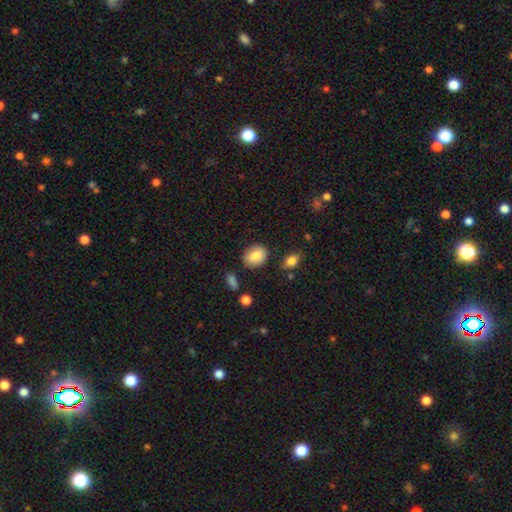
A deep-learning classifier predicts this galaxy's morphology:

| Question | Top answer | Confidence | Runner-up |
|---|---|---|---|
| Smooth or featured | smooth | 82% | featured or disk (10%) |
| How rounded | round | 54% | in between (45%) |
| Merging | none | 82% | minor disturbance (12%) |